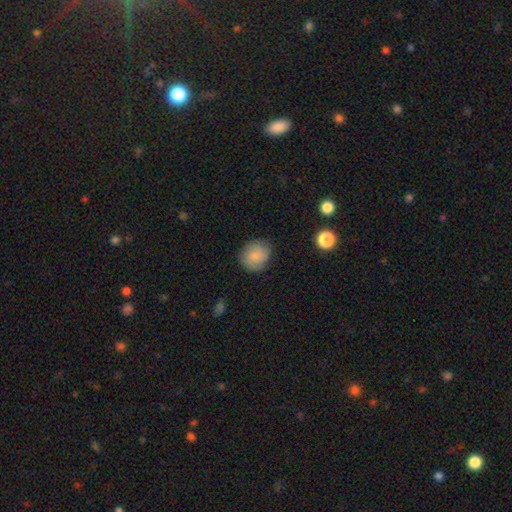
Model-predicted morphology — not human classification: smooth_or_featured: smooth (p=0.78) [alt: featured or disk p=0.14]
how_rounded: round (p=0.83) [alt: in between p=0.16]
merging: none (p=0.80) [alt: minor disturbance p=0.15]